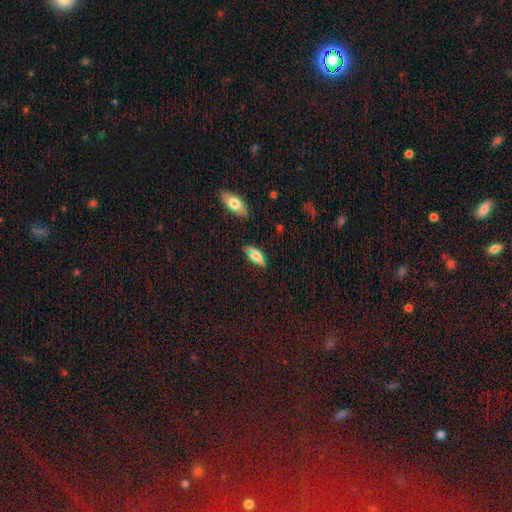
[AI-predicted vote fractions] This is likely a smooth galaxy (62%). How rounded: likely in between (76%). Merging: likely none (70%).